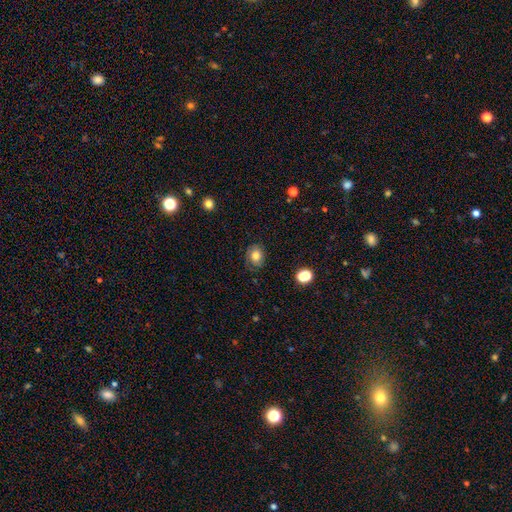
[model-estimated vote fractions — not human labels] This appears to be a smooth galaxy with no disk features (72%) that is in between round and cigar-shaped (50%). Merging: none (75%).